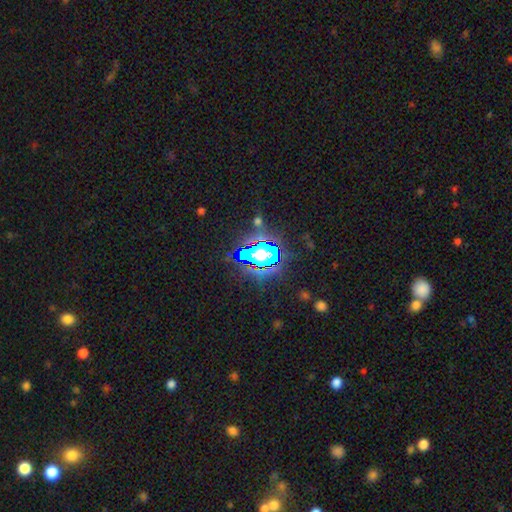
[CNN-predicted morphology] star or artifact 76%, smooth 14%, featured or disk 10%.